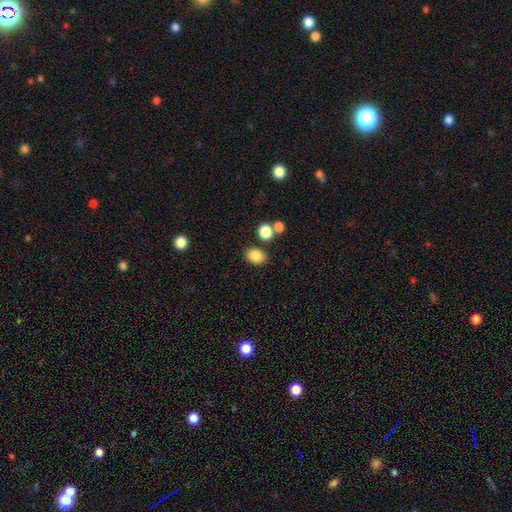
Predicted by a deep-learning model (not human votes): This is clearly a smooth galaxy (85%). How rounded: likely in between (67%). Merging: likely none (79%).